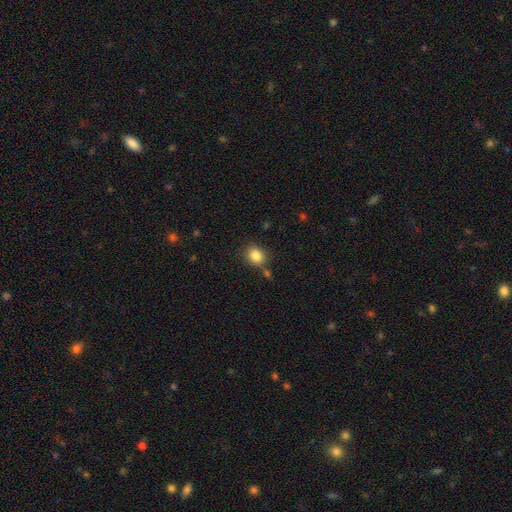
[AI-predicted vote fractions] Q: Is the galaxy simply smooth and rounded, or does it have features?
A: smooth — 85%.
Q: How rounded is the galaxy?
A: round — 62%.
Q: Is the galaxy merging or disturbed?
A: none — 75%.